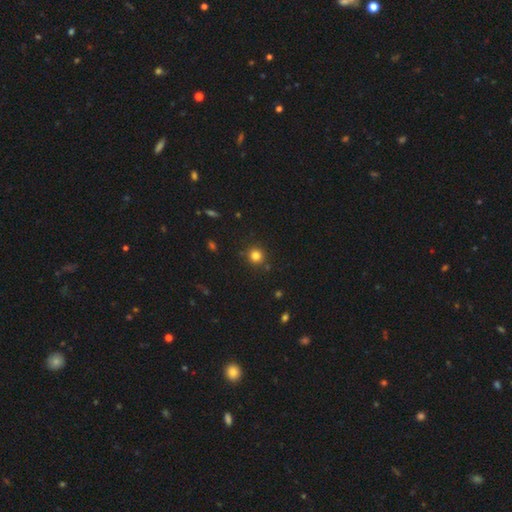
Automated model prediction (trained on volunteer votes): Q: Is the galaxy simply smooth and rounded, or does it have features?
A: smooth — 81%.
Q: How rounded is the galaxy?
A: round — 93%.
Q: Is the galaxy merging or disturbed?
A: none — 87%.